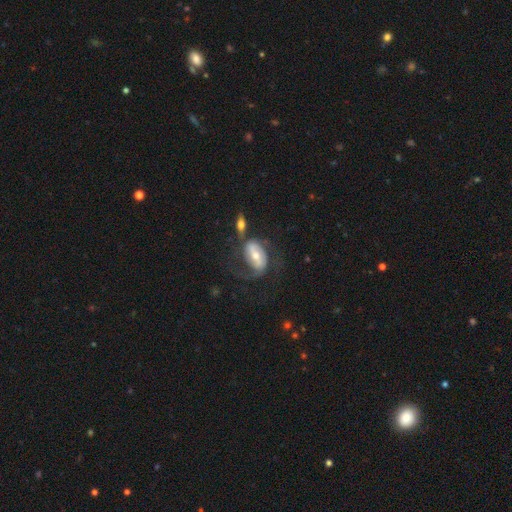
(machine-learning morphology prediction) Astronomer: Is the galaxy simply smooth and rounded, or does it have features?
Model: featured or disk — 70%.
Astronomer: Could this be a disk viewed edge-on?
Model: no — 94%.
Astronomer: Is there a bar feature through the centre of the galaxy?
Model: strong — 37%, tied with weak at 37%.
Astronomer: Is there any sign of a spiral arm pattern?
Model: yes — 85%.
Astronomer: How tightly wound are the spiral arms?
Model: medium — 42% (runner-up: loose, 40%).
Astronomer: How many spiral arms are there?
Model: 2 — 78%.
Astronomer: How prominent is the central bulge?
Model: moderate — 59%.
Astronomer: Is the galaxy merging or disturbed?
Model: none — 42% (runner-up: major disturbance, 25%).